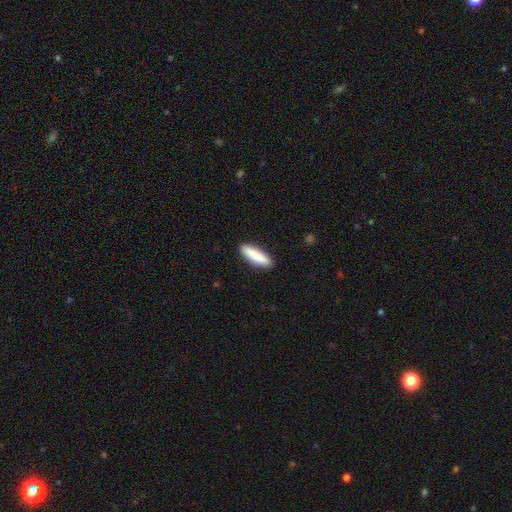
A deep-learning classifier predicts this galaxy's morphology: Q: Smooth or featured?
A: smooth (86%); runner-up: featured or disk (8%)
Q: How rounded?
A: cigar-shaped (66%); runner-up: in between (32%)
Q: Merging?
A: none (90%); runner-up: minor disturbance (7%)